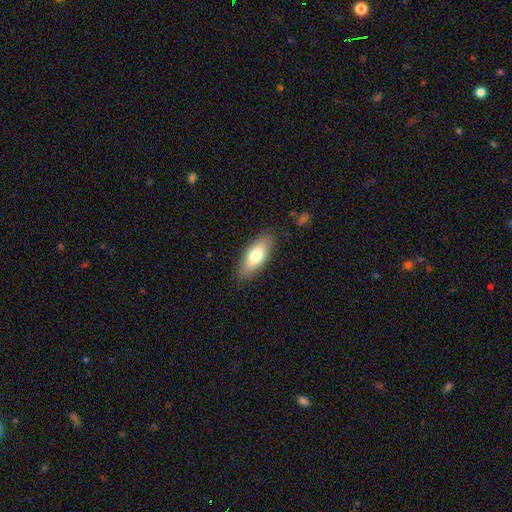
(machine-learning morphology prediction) Smooth or featured? Predicted: smooth (p=0.73). How rounded? Predicted: in between (p=0.79). Merging? Predicted: none (p=0.85).